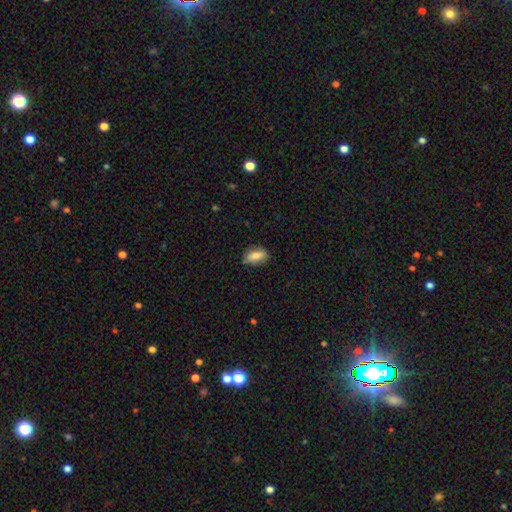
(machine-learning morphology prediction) A smooth galaxy with no disk features (78%) that is in between round and cigar-shaped (87%). Merging: none (80%).